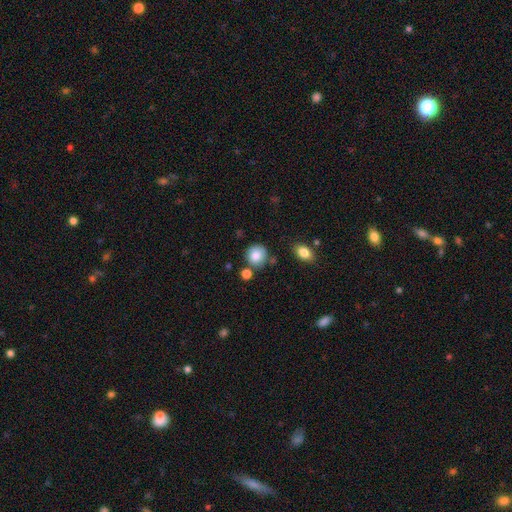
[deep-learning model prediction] This is clearly a smooth galaxy (84%). How rounded: clearly round (88%). Merging: likely none (73%).